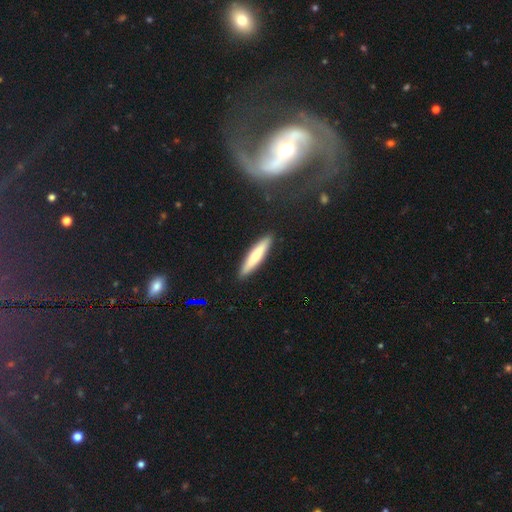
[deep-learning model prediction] smooth_or_featured: smooth (p=0.65) [alt: featured or disk p=0.30]
how_rounded: cigar-shaped (p=0.88) [alt: in between p=0.11]
merging: none (p=0.91) [alt: minor disturbance p=0.07]